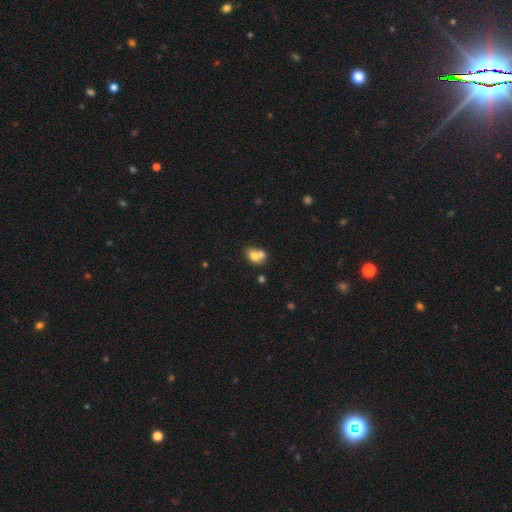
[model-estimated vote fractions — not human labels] Smooth or featured?
  - smooth: 71% *
  - featured or disk: 19%
  - star or artifact: 10%
How rounded?
  - in between: 63% *
  - round: 36%
  - cigar-shaped: 1%
Merging?
  - merger: 61% *
  - none: 26%
  - minor disturbance: 9%
  - major disturbance: 4%